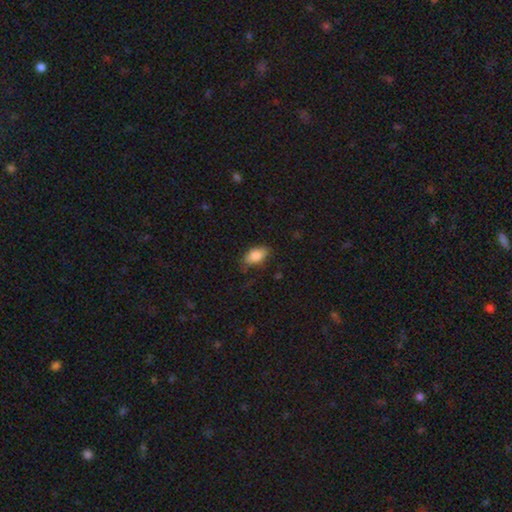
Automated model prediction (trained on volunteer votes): A smooth galaxy with no disk features (84%) that is in between round and cigar-shaped (91%).

Vote fractions:
- Smooth or featured? smooth: 84% / featured or disk: 9% / star or artifact: 7%
- How rounded? in between: 91% / round: 5% / cigar-shaped: 4%
- Merging? none: 73% / minor disturbance: 20% / major disturbance: 5% / merger: 1%